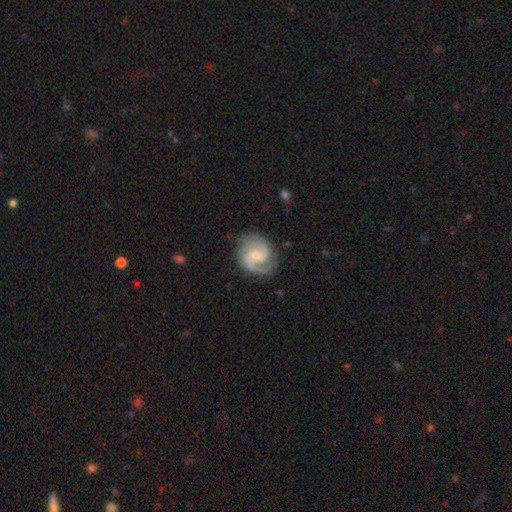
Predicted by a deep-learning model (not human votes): A featured or disk galaxy (87%) with a weak bar (48%), 2 (84%) medium (54%) spiral arms (98%) and a small central bulge (60%).

Vote fractions:
- Smooth or featured? featured or disk: 87% / smooth: 8% / star or artifact: 5%
- Edge-on disk? no: 98% / yes: 2%
- Bar? weak: 48% / no: 42% / strong: 10%
- Spiral arms? yes: 98% / no: 2%
- Spiral winding? medium: 54% / tight: 30% / loose: 15%
- Spiral arm count? 2: 84% / 3: 5% / can't tell: 4% / 1: 4% / 4: 1% / more than 4: 1%
- Bulge size? small: 60% / moderate: 29% / none: 8% / large: 2% / dominant: 1%
- Merging? none: 77% / minor disturbance: 15% / major disturbance: 6% / merger: 1%